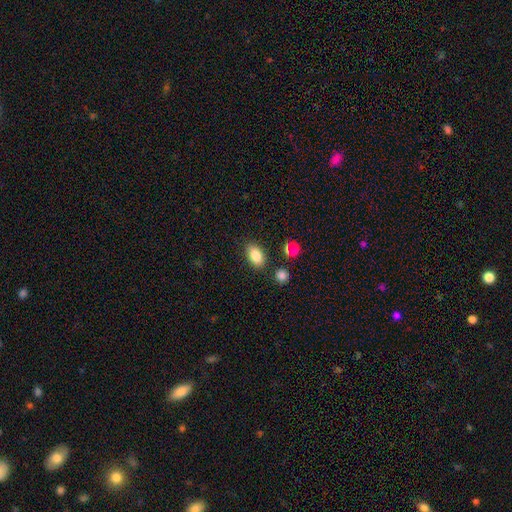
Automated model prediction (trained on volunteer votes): Smooth or featured? smooth (85%)
How rounded? in between (88%)
Merging? none (82%)